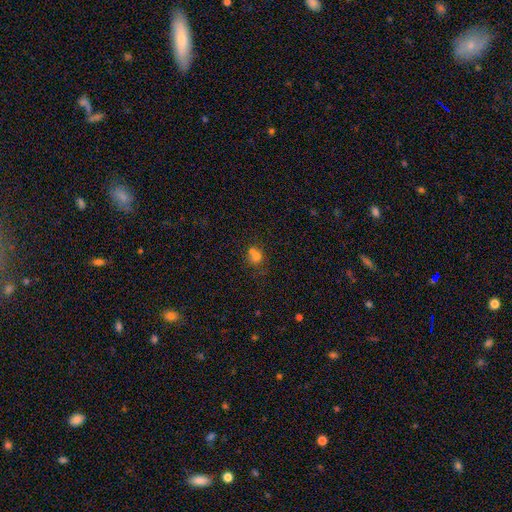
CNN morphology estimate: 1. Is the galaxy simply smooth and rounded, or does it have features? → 70% smooth, 16% star or artifact, 14% featured or disk.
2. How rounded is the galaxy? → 72% round, 27% in between, 1% cigar-shaped.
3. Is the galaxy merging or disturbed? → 44% merger, 38% none, 12% minor disturbance, 6% major disturbance.